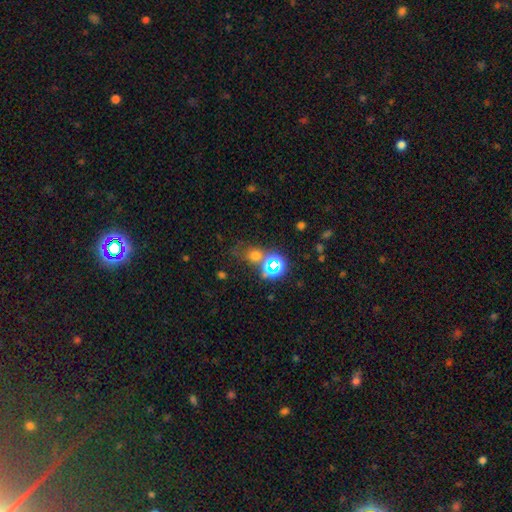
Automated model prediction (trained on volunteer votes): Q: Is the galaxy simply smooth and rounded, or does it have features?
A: smooth — 54%.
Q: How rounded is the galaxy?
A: round — 77%.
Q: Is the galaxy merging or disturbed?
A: none — 62%.